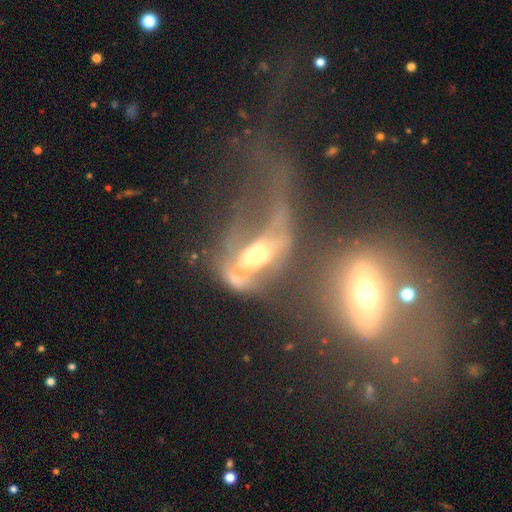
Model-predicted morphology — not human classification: type=featured or disk (66%); edge-on=no (78%); bar=no (57%); spiral arms=no (56%); bulge=moderate (55%); merging=merger (51%).